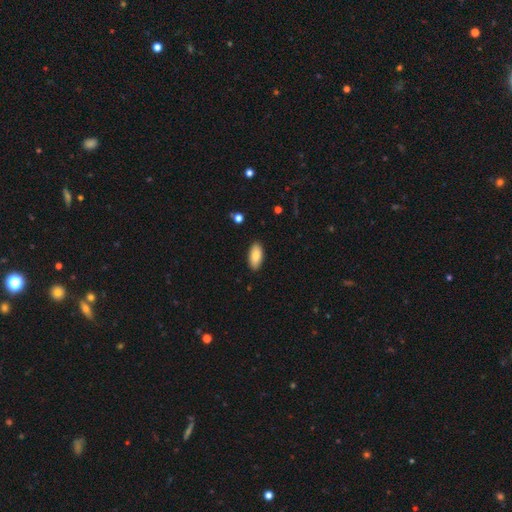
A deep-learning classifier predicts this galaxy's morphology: smooth_or_featured: smooth (p=0.84) [alt: featured or disk p=0.10]
how_rounded: in between (p=0.88) [alt: cigar-shaped p=0.10]
merging: none (p=0.89) [alt: minor disturbance p=0.08]